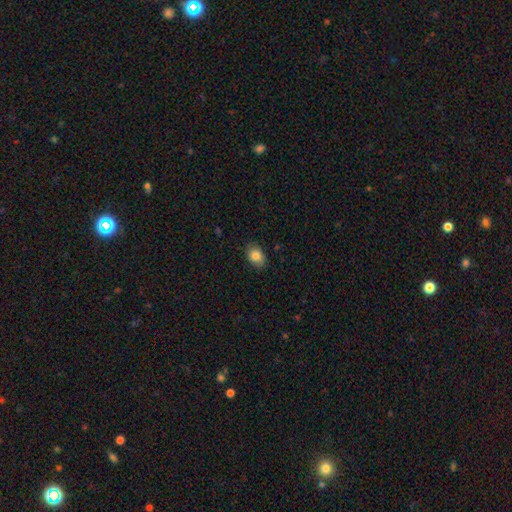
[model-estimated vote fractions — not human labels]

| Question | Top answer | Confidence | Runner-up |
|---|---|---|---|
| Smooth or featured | smooth | 84% | star or artifact (8%) |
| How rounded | in between | 73% | round (26%) |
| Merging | none | 82% | minor disturbance (14%) |